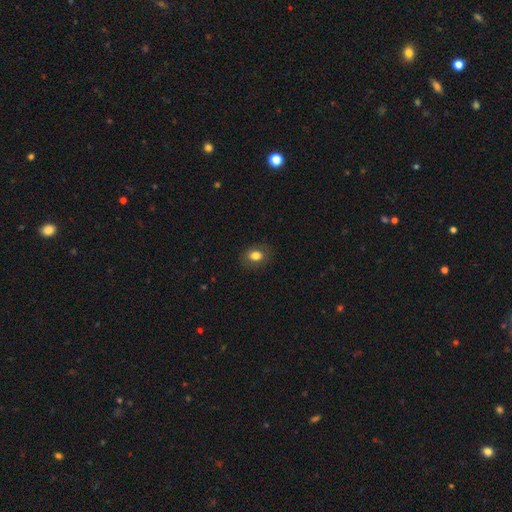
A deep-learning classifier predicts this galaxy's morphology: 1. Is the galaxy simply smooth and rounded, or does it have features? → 79% smooth, 11% featured or disk, 9% star or artifact.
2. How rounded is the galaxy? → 64% in between, 35% round, 1% cigar-shaped.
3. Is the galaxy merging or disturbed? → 85% none, 11% minor disturbance, 4% major disturbance, 1% merger.